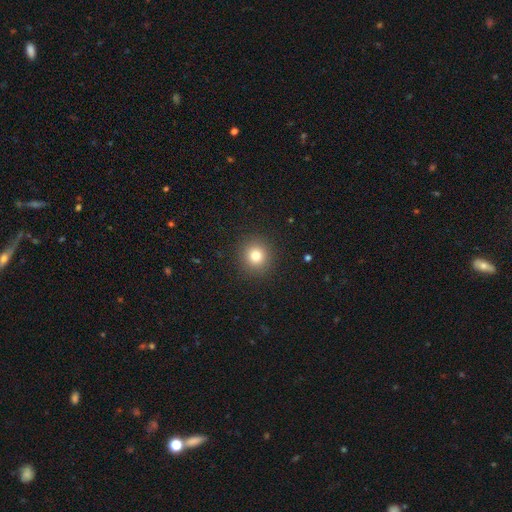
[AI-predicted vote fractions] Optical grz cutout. It shows a smooth galaxy with no disk features (80%) that is round (92%). Merging: none (91%).